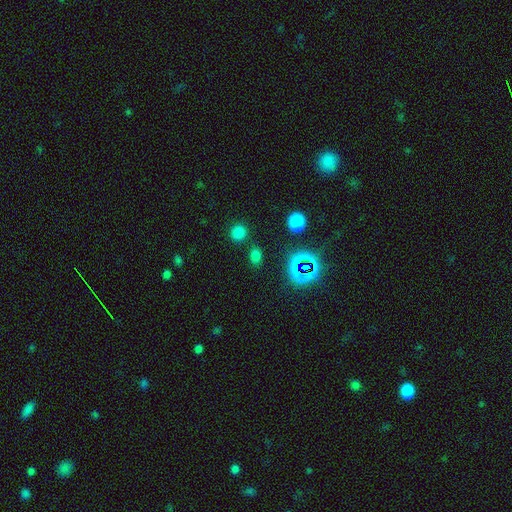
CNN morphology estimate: Smooth or featured? Predicted: smooth (p=0.62). How rounded? Predicted: in between (p=0.60). Merging? Predicted: none (p=0.79).